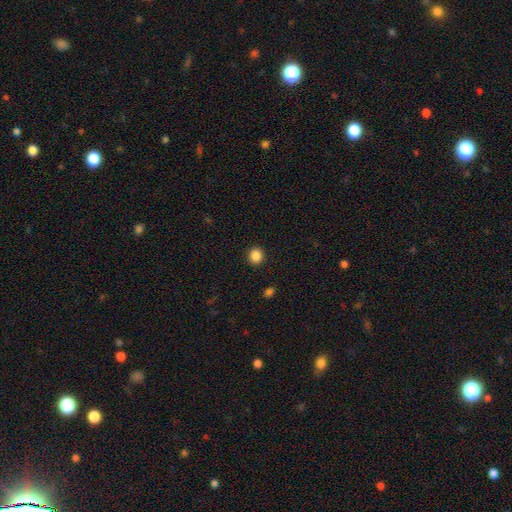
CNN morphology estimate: Smooth or featured? Predicted: smooth (p=0.86). How rounded? Predicted: round (p=0.84). Merging? Predicted: none (p=0.92).